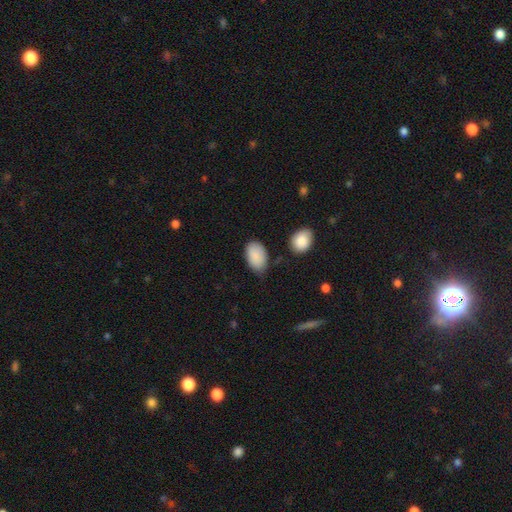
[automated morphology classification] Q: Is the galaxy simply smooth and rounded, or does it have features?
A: smooth — 89%.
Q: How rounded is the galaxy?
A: in between — 93%.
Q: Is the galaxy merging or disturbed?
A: none — 71%.